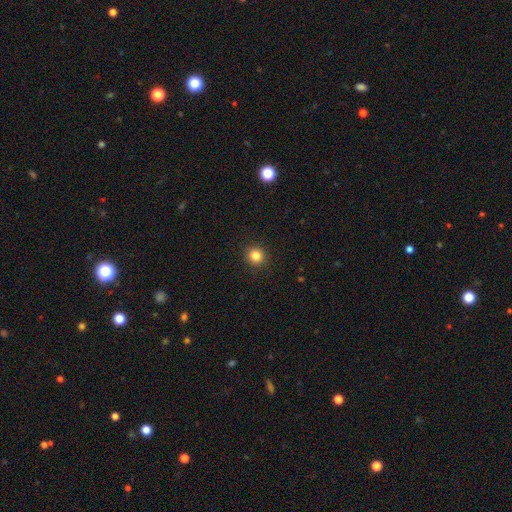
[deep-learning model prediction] smooth-or-featured: smooth: 84% | star or artifact: 12% | featured or disk: 5%
  how-rounded: round: 92% | in between: 7% | cigar-shaped: 1%
  merging: none: 92% | minor disturbance: 5% | major disturbance: 2% | merger: 1%